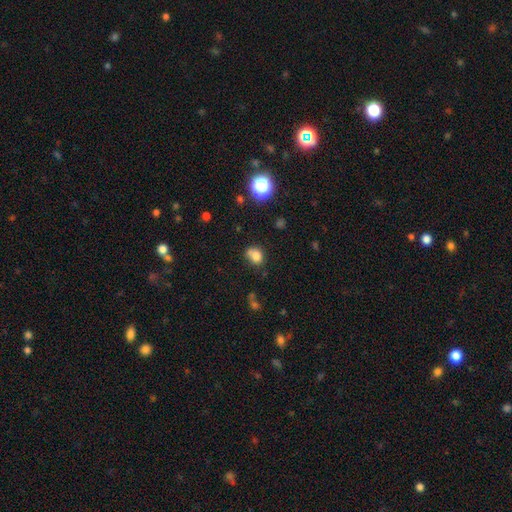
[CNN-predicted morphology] smooth_or_featured: smooth (p=0.76) [alt: star or artifact p=0.13]
how_rounded: round (p=0.55) [alt: in between p=0.44]
merging: none (p=0.48) [alt: merger p=0.23]